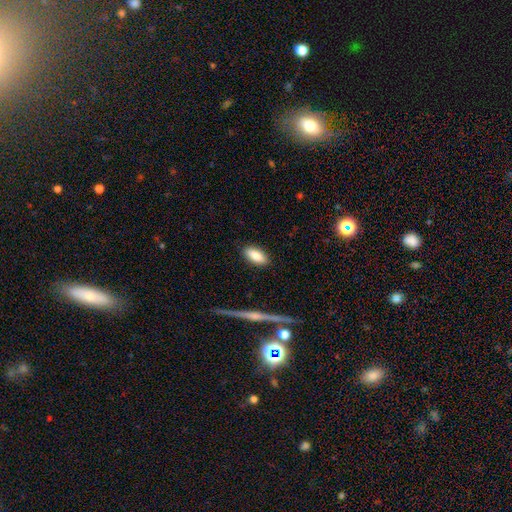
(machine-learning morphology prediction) smooth 84%, featured or disk 9%, star or artifact 7%. Down the decision tree: how rounded — in between (88%); merging — none (87%).